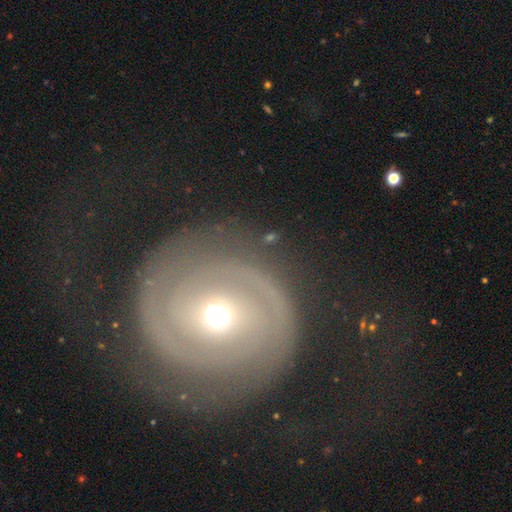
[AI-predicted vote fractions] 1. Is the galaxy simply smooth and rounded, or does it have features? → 88% featured or disk, 7% smooth, 5% star or artifact.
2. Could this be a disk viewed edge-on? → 97% no, 3% yes.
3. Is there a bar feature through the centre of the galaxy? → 61% no, 26% weak, 13% strong.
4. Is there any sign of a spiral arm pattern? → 94% yes, 6% no.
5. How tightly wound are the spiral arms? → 71% tight, 20% medium, 8% loose.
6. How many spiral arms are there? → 73% 2, 11% can't tell, 6% 3, 4% 1, 3% 4, 3% more than 4.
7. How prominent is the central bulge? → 66% moderate, 27% small, 5% large, 1% dominant, 1% none.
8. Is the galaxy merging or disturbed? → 71% none, 14% major disturbance, 12% minor disturbance, 2% merger.